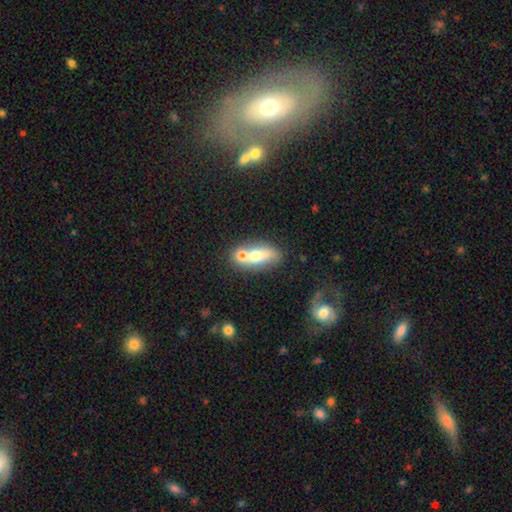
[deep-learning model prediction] Smooth or featured: smooth — 62% (featured or disk — 29%)
How rounded: in between — 71% (round — 16%)
Merging: merger — 53% (none — 32%)